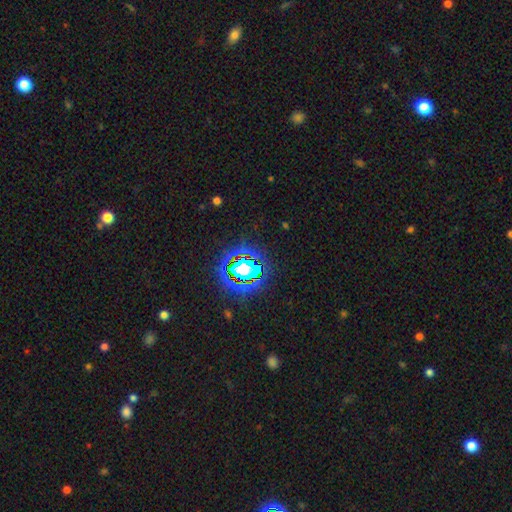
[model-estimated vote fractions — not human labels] The model was most divided on "smooth or featured": star or artifact: 84%, smooth: 10%, featured or disk: 7%.